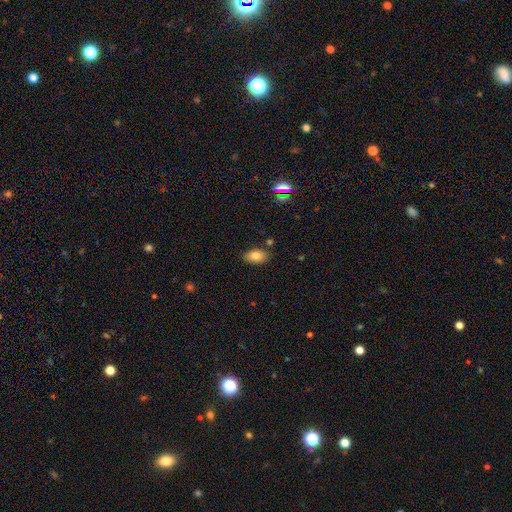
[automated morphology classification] This is clearly a smooth galaxy (82%). How rounded: clearly in between (91%). Merging: clearly none (83%).